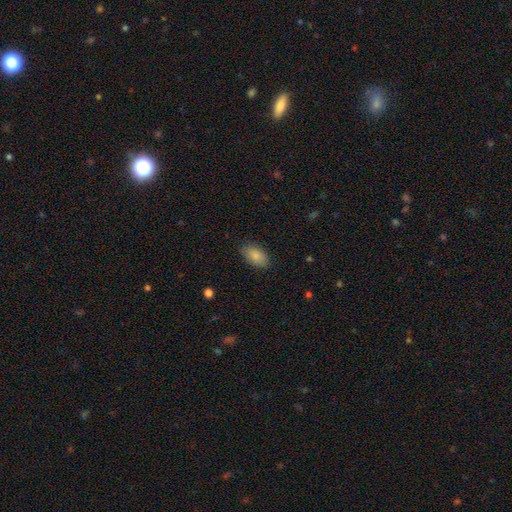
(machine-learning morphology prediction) Overall: smooth (87%). How rounded: in between (93%). Merging: none (86%).